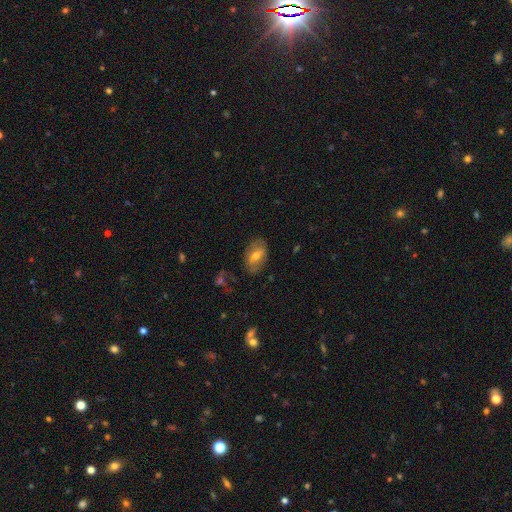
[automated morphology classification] smooth_or_featured: smooth (p=0.52) [alt: featured or disk p=0.41]
how_rounded: in between (p=0.88) [alt: round p=0.09]
merging: none (p=0.78) [alt: minor disturbance p=0.15]